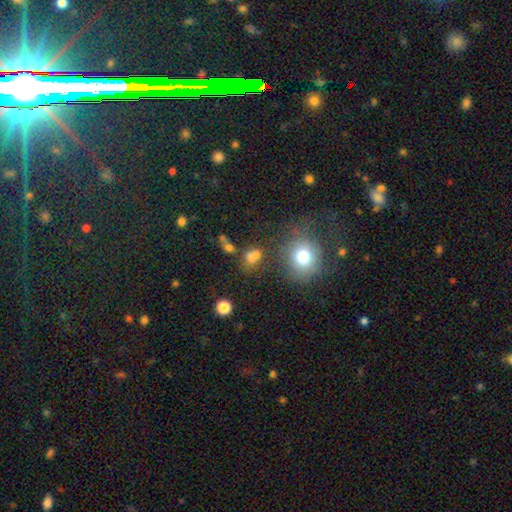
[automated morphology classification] Smooth or featured? smooth (66%)
How rounded? in between (49%)
Merging? none (53%)